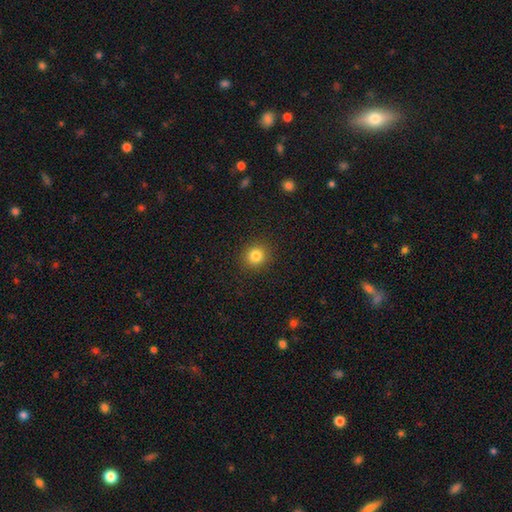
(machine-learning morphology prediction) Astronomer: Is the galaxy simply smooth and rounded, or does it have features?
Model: smooth — 83%.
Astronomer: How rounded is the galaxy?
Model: round — 86%.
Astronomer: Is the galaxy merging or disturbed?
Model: none — 91%.